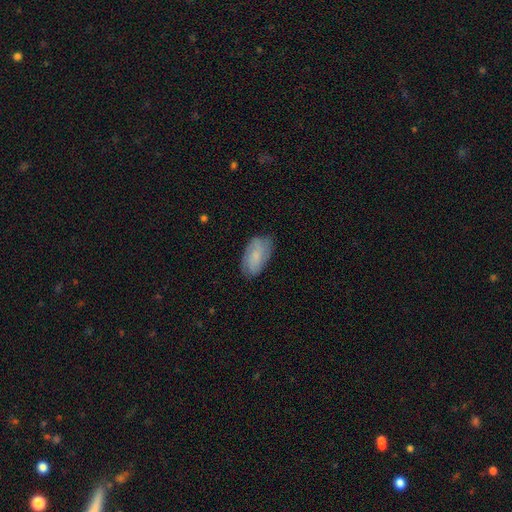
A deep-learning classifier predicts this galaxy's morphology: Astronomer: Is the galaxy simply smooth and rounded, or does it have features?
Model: smooth — 66%.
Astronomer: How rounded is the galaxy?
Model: in between — 93%.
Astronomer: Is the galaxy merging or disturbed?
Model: none — 74%.